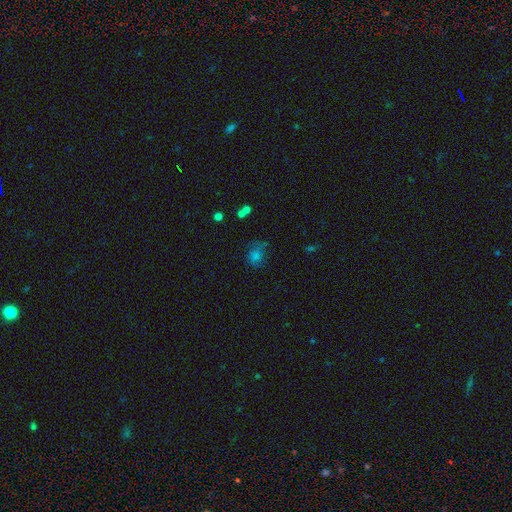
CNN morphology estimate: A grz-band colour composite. It shows a smooth galaxy with no disk features (55%) that is round (61%). Merging: none (55%).